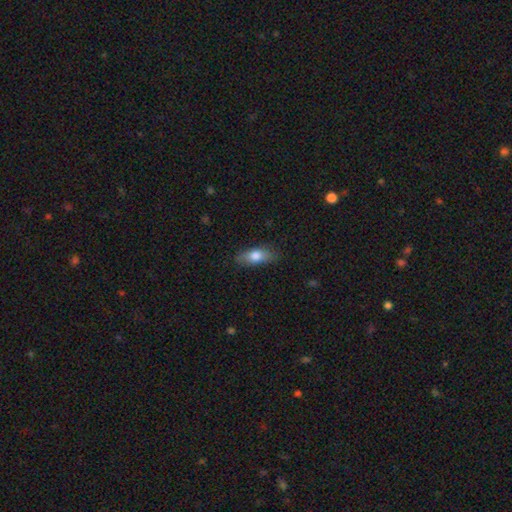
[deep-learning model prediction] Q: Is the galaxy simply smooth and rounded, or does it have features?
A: smooth — 75%.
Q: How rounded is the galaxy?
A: in between — 77%.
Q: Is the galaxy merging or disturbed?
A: none — 83%.